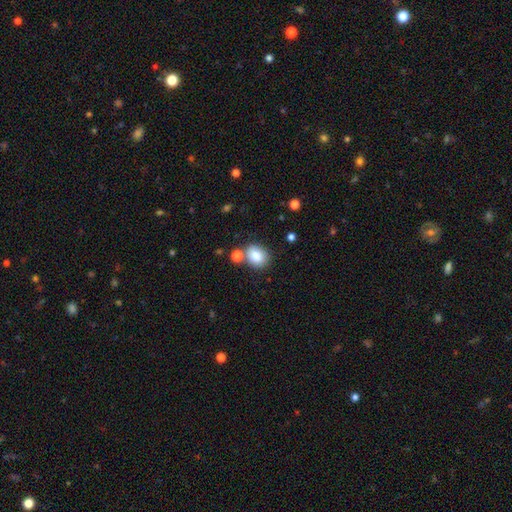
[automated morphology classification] Overall: smooth (83%). How rounded: round (52%; in between 47%). Merging: none (69%).